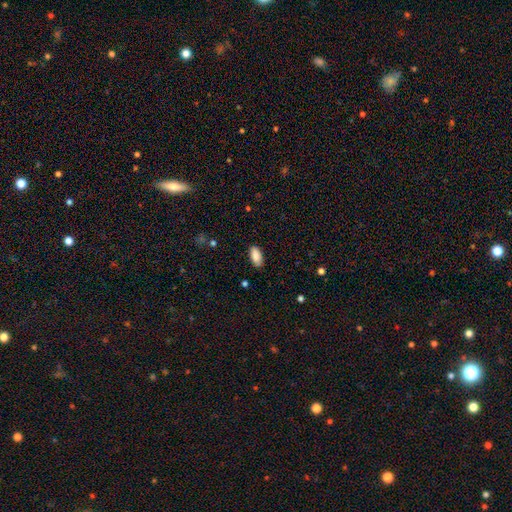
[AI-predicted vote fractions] A smooth galaxy with no disk features (88%) that is in between round and cigar-shaped (91%).

Vote fractions:
- Smooth or featured? smooth: 88% / star or artifact: 7% / featured or disk: 5%
- How rounded? in between: 91% / cigar-shaped: 7% / round: 2%
- Merging? none: 85% / minor disturbance: 11% / major disturbance: 2% / merger: 1%